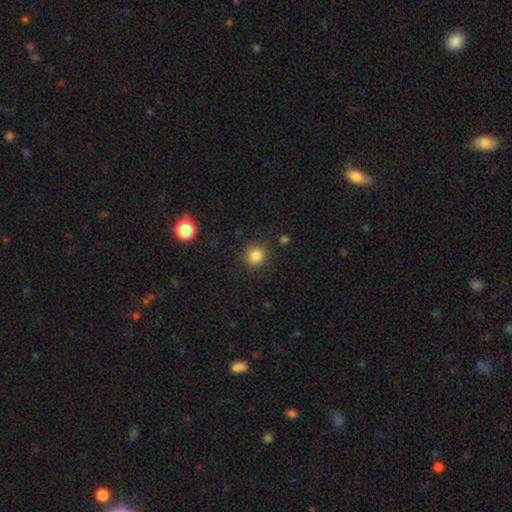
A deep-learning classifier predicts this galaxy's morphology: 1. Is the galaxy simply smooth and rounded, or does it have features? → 83% smooth, 12% star or artifact, 5% featured or disk.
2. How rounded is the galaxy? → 90% round, 9% in between, 1% cigar-shaped.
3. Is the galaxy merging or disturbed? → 86% none, 9% minor disturbance, 3% major disturbance, 2% merger.